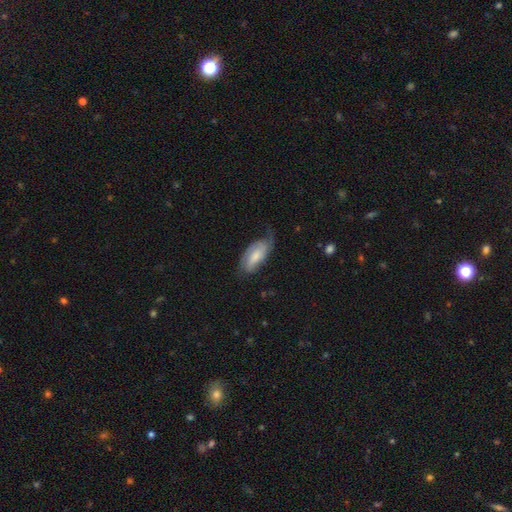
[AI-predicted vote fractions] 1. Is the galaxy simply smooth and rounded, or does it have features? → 50% featured or disk, 44% smooth, 6% star or artifact.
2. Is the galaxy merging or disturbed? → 46% none, 31% minor disturbance, 22% major disturbance, 2% merger.